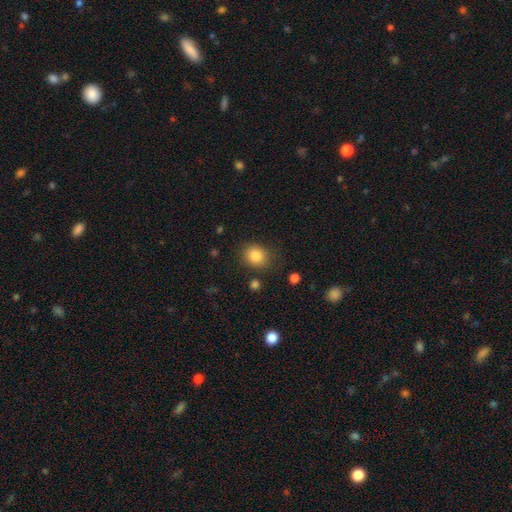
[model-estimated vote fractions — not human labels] smooth-or-featured: smooth: 84% | star or artifact: 10% | featured or disk: 6%
  how-rounded: round: 70% | in between: 29% | cigar-shaped: 1%
  merging: none: 81% | minor disturbance: 12% | major disturbance: 4% | merger: 3%